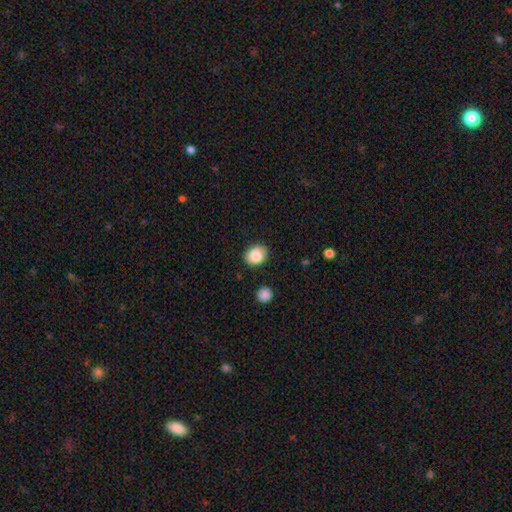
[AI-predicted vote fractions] The model was most divided on "how rounded": in between: 53%, round: 46%, cigar-shaped: 1%. More confident: smooth or featured — smooth (82%); merging — none (80%).